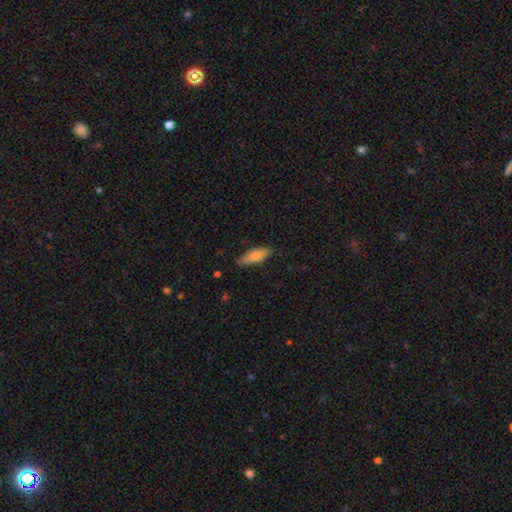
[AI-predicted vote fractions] The model was most divided on "how rounded": in between: 60%, cigar-shaped: 38%, round: 2%. More confident: smooth or featured — smooth (81%); merging — none (74%).